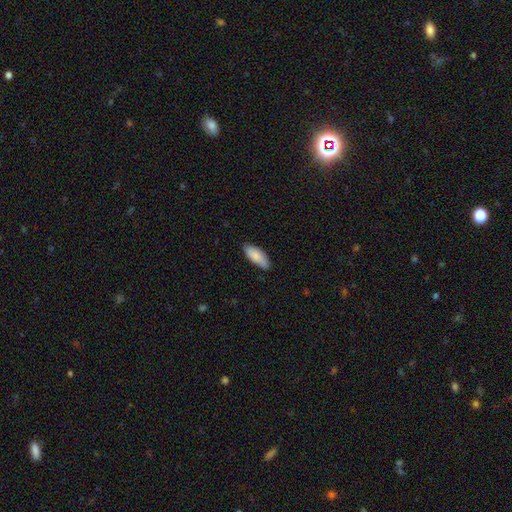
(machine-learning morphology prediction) smooth-or-featured: smooth: 83% | featured or disk: 11% | star or artifact: 6%
  how-rounded: in between: 84% | cigar-shaped: 14% | round: 2%
  merging: none: 80% | minor disturbance: 17% | major disturbance: 2% | merger: 1%